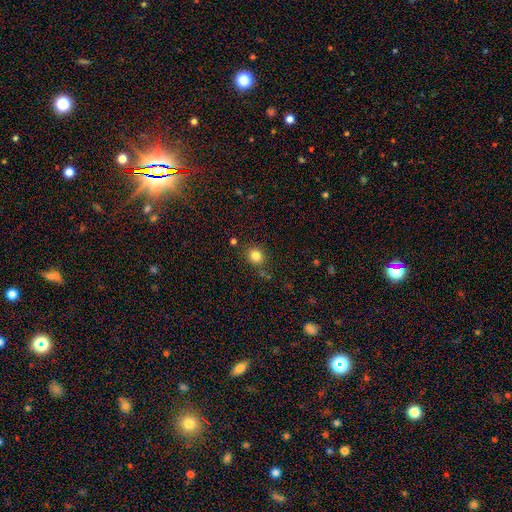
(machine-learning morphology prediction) smooth-or-featured: smooth: 83% | star or artifact: 12% | featured or disk: 6%
  how-rounded: round: 77% | in between: 22% | cigar-shaped: 1%
  merging: none: 81% | minor disturbance: 11% | merger: 4% | major disturbance: 3%